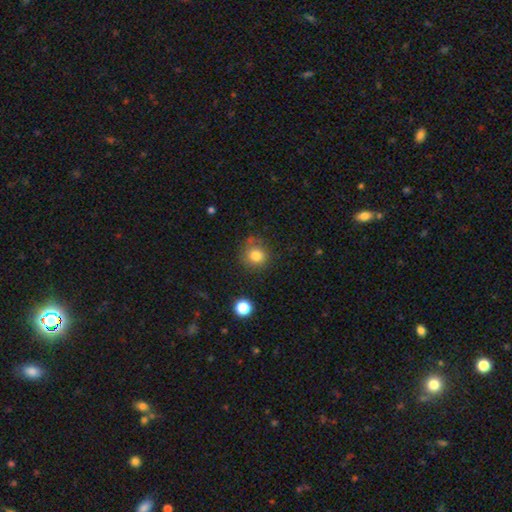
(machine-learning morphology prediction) smooth 81%, star or artifact 12%, featured or disk 7%. Down the decision tree: how rounded — round (87%); merging — none (73%).